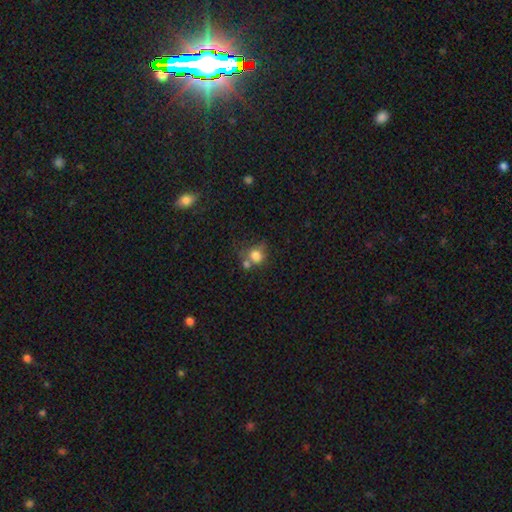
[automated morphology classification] smooth-or-featured: smooth: 76% | star or artifact: 12% | featured or disk: 11%
  how-rounded: round: 76% | in between: 23% | cigar-shaped: 1%
  merging: none: 42% | merger: 31% | minor disturbance: 17% | major disturbance: 10%